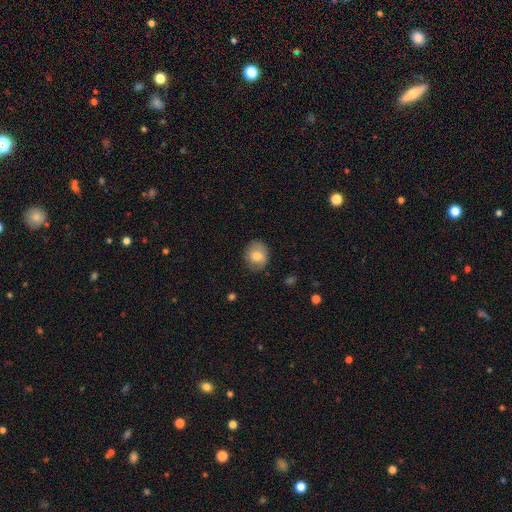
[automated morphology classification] This appears to be a smooth galaxy with no disk features (74%) that is round (68%). Merging: none (80%).